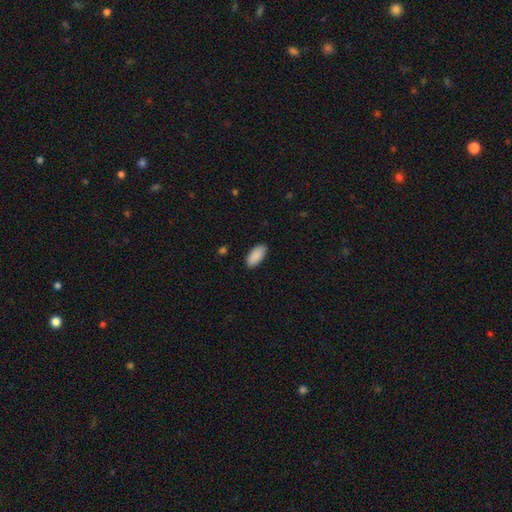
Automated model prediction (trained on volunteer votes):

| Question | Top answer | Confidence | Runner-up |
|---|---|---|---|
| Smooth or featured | smooth | 91% | star or artifact (6%) |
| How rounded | in between | 93% | cigar-shaped (6%) |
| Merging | none | 88% | minor disturbance (9%) |